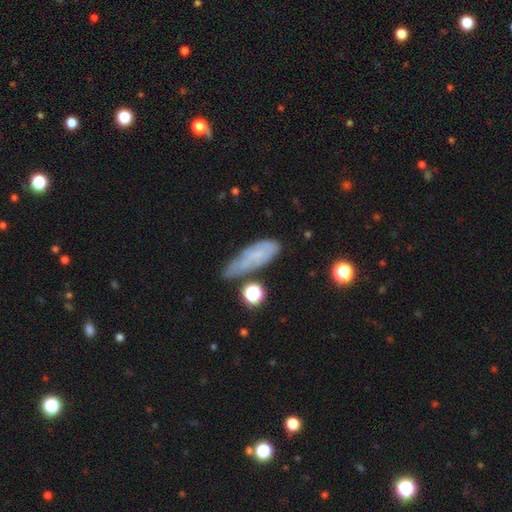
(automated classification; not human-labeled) smooth 55%, featured or disk 34%, star or artifact 11%. Down the decision tree: how rounded — in between (57%); merging — none (43%).